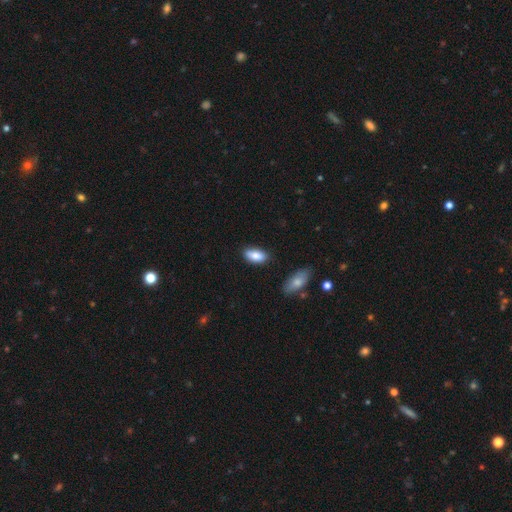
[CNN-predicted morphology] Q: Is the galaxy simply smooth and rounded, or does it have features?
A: smooth — 84%.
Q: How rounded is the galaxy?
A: in between — 90%.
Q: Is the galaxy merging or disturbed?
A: none — 80%.